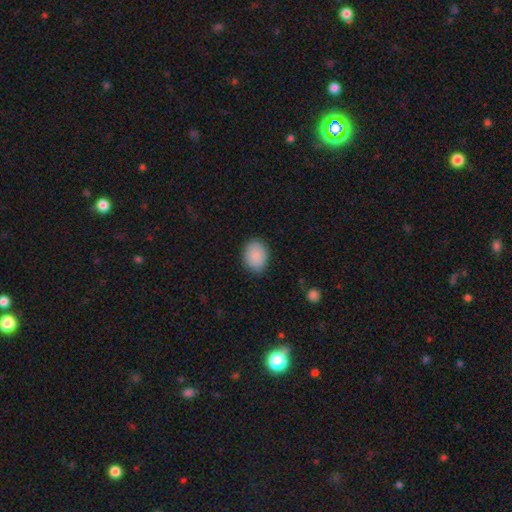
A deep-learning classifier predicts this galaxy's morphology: This is clearly a smooth galaxy (89%). How rounded: likely in between (64%). Merging: clearly none (87%).